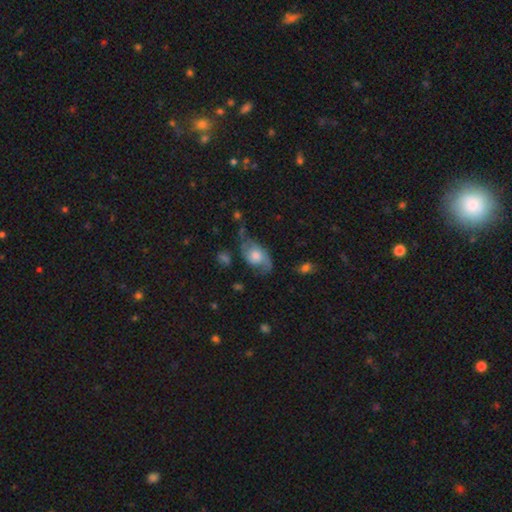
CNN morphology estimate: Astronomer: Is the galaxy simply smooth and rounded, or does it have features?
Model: featured or disk — 60%.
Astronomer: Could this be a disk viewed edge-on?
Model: no — 93%.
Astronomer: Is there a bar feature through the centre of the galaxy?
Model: no — 73%.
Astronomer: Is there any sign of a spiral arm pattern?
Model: yes — 85%.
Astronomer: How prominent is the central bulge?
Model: moderate — 47% (runner-up: large, 31%).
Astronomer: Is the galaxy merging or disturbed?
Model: none — 52% (runner-up: minor disturbance, 29%).